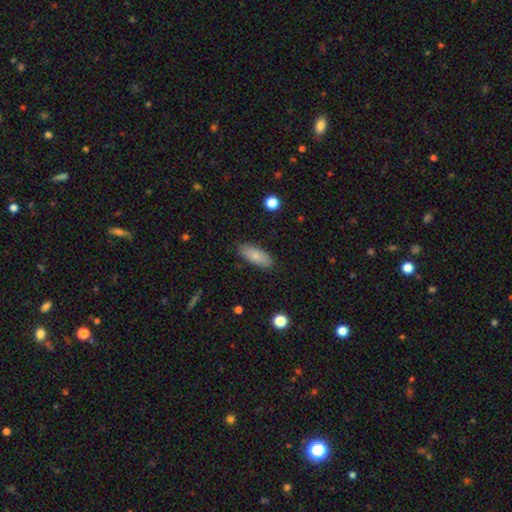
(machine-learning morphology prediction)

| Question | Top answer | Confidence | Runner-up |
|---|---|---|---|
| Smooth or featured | smooth | 81% | featured or disk (12%) |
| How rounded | in between | 77% | cigar-shaped (21%) |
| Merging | none | 87% | minor disturbance (10%) |